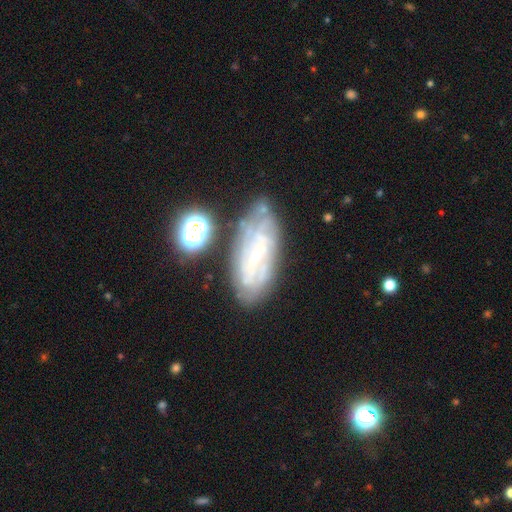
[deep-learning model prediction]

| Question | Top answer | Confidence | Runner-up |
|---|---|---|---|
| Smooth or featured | featured or disk | 68% | smooth (20%) |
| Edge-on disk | no | 87% | yes (13%) |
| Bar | strong | 38% | weak (37%) |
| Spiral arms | yes | 67% | no (33%) |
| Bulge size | small | 49% | none (30%) |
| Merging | none | 61% | minor disturbance (22%) |